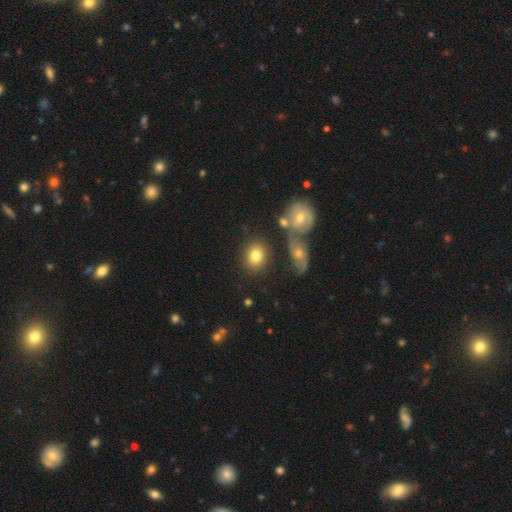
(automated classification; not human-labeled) Smooth or featured?
  - smooth: 78% *
  - featured or disk: 13%
  - star or artifact: 9%
How rounded?
  - round: 52% *
  - in between: 46%
  - cigar-shaped: 1%
Merging?
  - none: 73% *
  - minor disturbance: 11%
  - merger: 11%
  - major disturbance: 4%